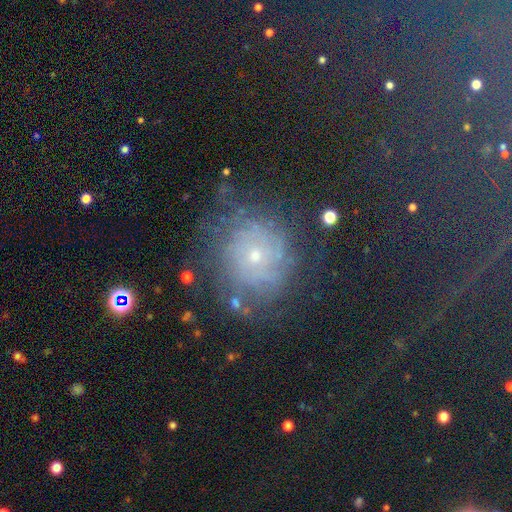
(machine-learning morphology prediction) type=featured or disk (45%); merging=none (73%).